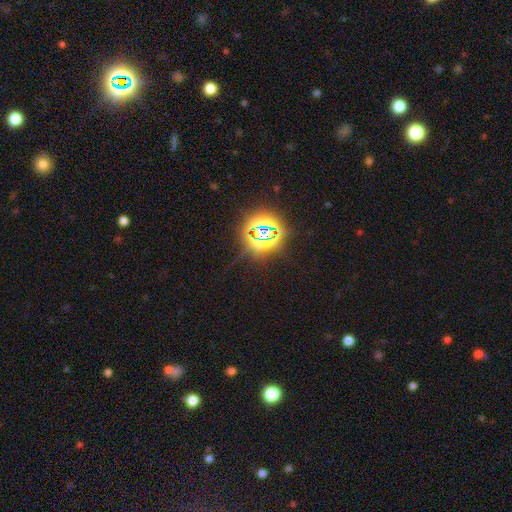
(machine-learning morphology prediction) The model was most divided on "smooth or featured": star or artifact: 78%, smooth: 16%, featured or disk: 6%.